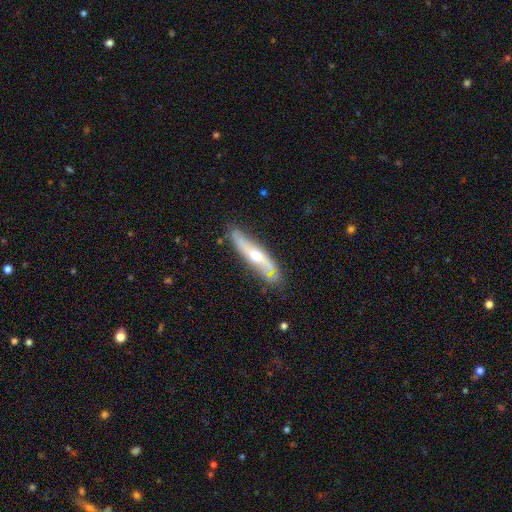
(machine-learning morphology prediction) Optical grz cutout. It shows a featured or disk galaxy (71%) viewed edge-on (54%). Merging: none (73%).